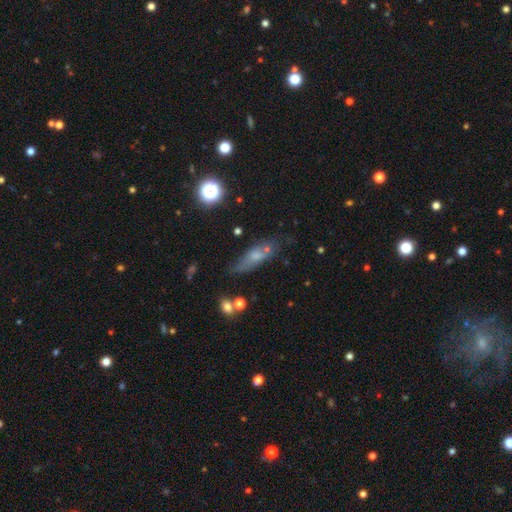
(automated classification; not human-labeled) Smooth or featured?
  - smooth: 56% *
  - featured or disk: 30%
  - star or artifact: 14%
How rounded?
  - cigar-shaped: 49% *
  - in between: 45%
  - round: 5%
Merging?
  - none: 57% *
  - minor disturbance: 23%
  - merger: 10%
  - major disturbance: 9%